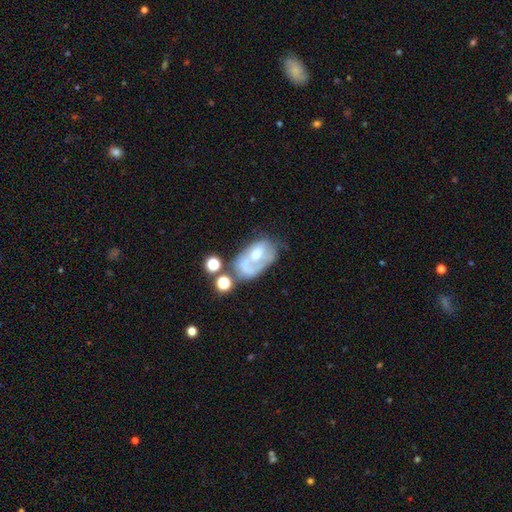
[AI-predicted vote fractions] Smooth or featured?
  - featured or disk: 58% *
  - smooth: 32%
  - star or artifact: 10%
Edge-on disk?
  - no: 96% *
  - yes: 4%
Bar?
  - no: 78% *
  - weak: 17%
  - strong: 5%
Spiral arms?
  - no: 53% *
  - yes: 47%
Bulge size?
  - moderate: 38% *
  - none: 24%
  - small: 19%
  - large: 16%
  - dominant: 3%
Merging?
  - major disturbance: 29% *
  - none: 28%
  - merger: 22%
  - minor disturbance: 21%